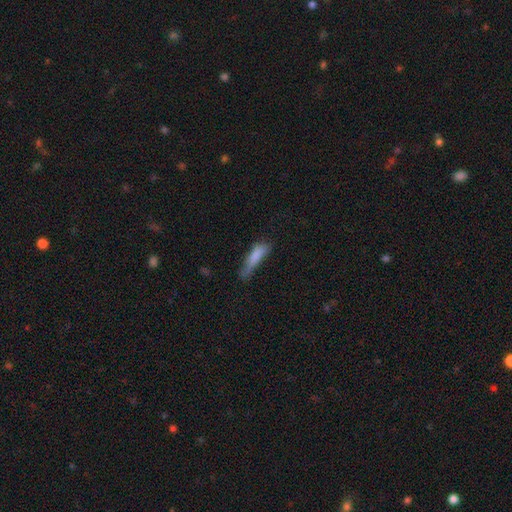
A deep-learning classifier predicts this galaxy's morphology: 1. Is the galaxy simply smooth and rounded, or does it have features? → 76% smooth, 15% featured or disk, 8% star or artifact.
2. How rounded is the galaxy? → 69% cigar-shaped, 28% in between, 2% round.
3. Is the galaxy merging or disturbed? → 36% minor disturbance, 35% none, 24% major disturbance, 5% merger.